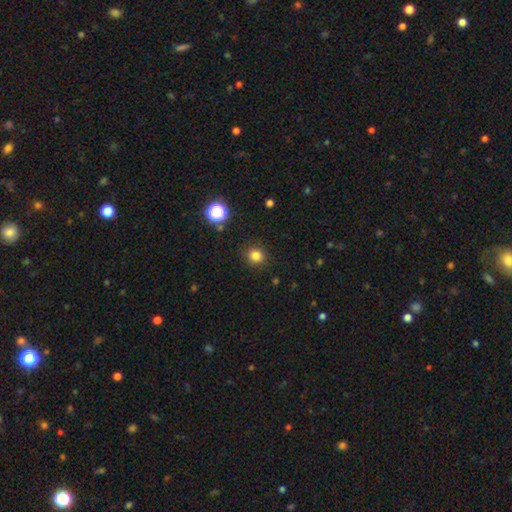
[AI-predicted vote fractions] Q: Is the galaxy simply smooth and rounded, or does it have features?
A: smooth — 82%.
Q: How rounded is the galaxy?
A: round — 86%.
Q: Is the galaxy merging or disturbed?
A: none — 89%.